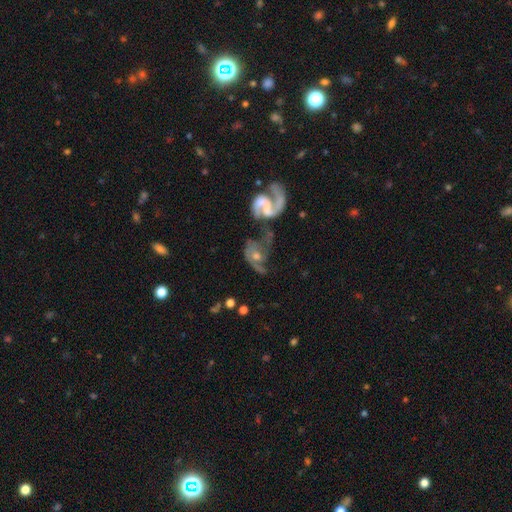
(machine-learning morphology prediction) A featured or disk galaxy (73%) with no bar (66%), 2 (61%) loose (49%) spiral arms (81%) and a moderate central bulge (50%).

Vote fractions:
- Smooth or featured? featured or disk: 73% / smooth: 17% / star or artifact: 10%
- Edge-on disk? no: 95% / yes: 5%
- Bar? no: 66% / weak: 26% / strong: 9%
- Spiral arms? yes: 81% / no: 19%
- Spiral winding? loose: 49% / medium: 37% / tight: 14%
- Spiral arm count? 2: 61% / 1: 22% / can't tell: 11% / 3: 4% / 4: 2% / more than 4: 2%
- Bulge size? moderate: 50% / small: 34% / none: 8% / large: 6% / dominant: 2%
- Merging? merger: 42% / major disturbance: 23% / none: 23% / minor disturbance: 12%